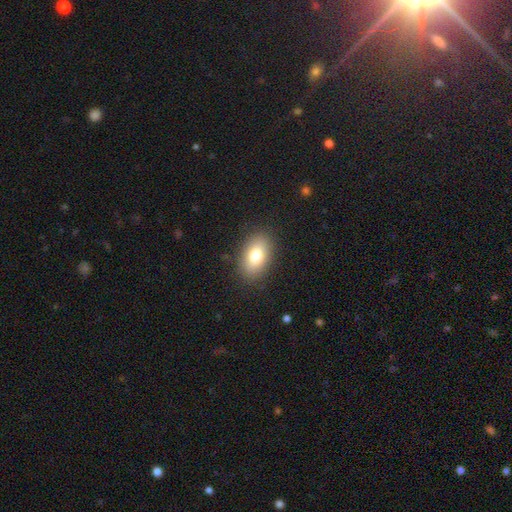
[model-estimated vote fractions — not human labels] Smooth or featured: smooth — 78% (featured or disk — 13%)
How rounded: in between — 89% (round — 9%)
Merging: none — 87% (minor disturbance — 9%)